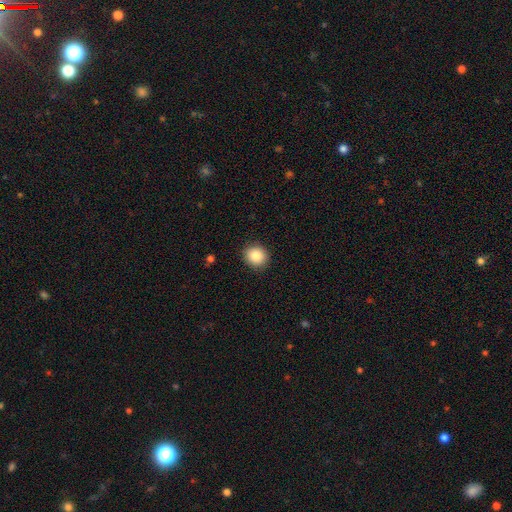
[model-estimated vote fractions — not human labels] smooth-or-featured: smooth: 86% | star or artifact: 9% | featured or disk: 5%
  how-rounded: round: 80% | in between: 20% | cigar-shaped: 1%
  merging: none: 91% | minor disturbance: 7% | major disturbance: 2% | merger: 1%